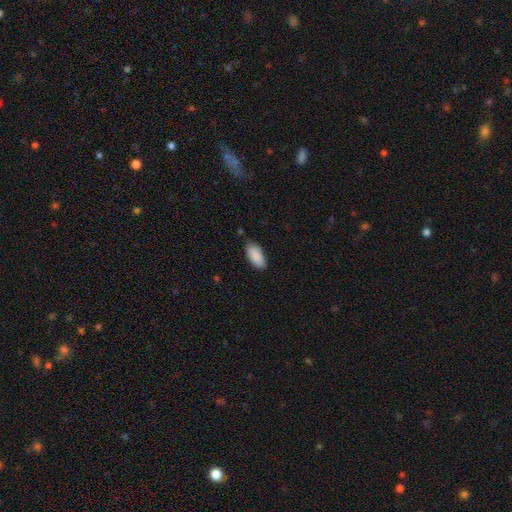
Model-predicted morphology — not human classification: A smooth galaxy with no disk features (90%) that is in between round and cigar-shaped (91%).

Vote fractions:
- Smooth or featured? smooth: 90% / star or artifact: 6% / featured or disk: 4%
- How rounded? in between: 91% / cigar-shaped: 8% / round: 2%
- Merging? none: 77% / minor disturbance: 19% / major disturbance: 3% / merger: 2%